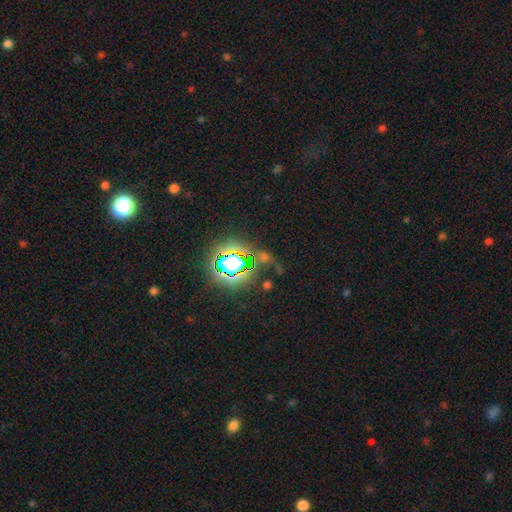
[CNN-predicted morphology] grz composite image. It shows a star or artifact, not a galaxy (65%).